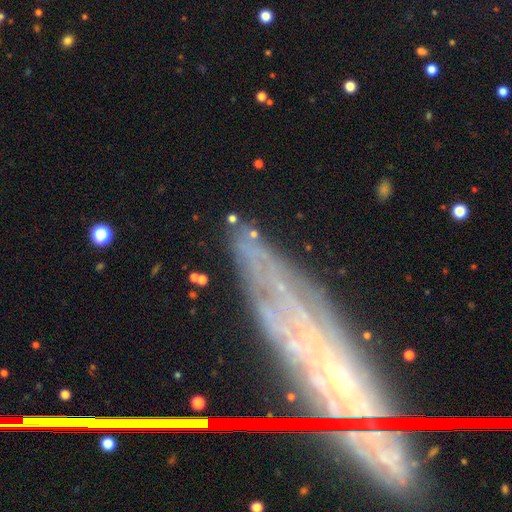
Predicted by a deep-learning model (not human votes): A featured or disk galaxy (58%). Merging: none (78%).